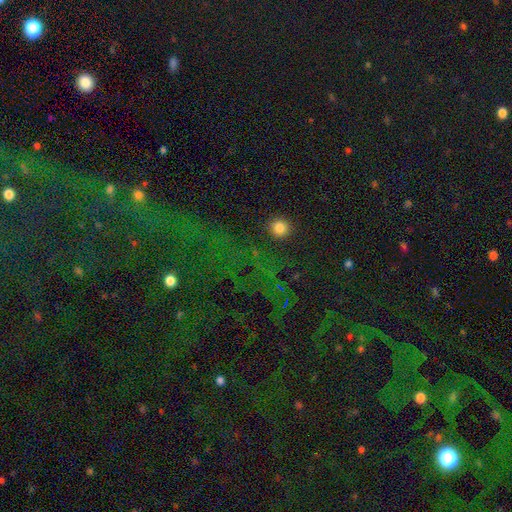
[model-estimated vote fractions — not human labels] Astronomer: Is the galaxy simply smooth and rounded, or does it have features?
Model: star or artifact — 79%.